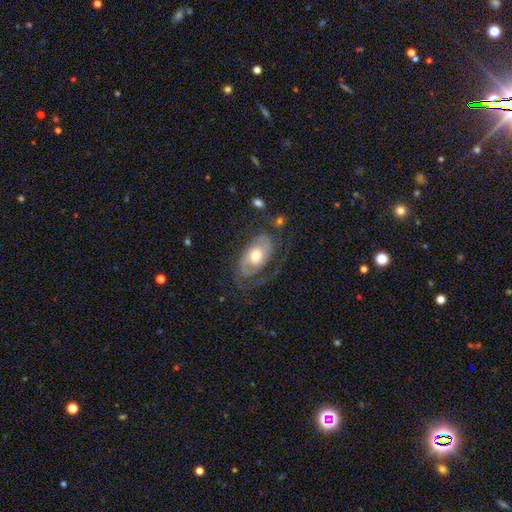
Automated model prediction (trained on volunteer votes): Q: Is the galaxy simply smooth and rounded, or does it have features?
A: featured or disk — 69%.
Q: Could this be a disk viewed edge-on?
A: no — 94%.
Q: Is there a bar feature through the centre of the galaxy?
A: no — 69%.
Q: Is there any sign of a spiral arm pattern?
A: yes — 83%.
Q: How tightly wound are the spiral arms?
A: medium — 39%.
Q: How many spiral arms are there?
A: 2 — 56%.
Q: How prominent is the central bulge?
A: moderate — 68%.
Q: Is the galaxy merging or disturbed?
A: none — 56%.